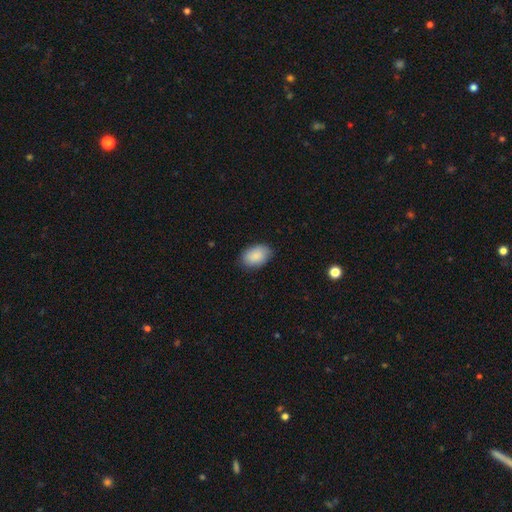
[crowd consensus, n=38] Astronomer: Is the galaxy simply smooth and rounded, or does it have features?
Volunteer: smooth — 84%.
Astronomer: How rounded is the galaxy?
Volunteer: in between — 88%.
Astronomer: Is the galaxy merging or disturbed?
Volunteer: none — 83%.